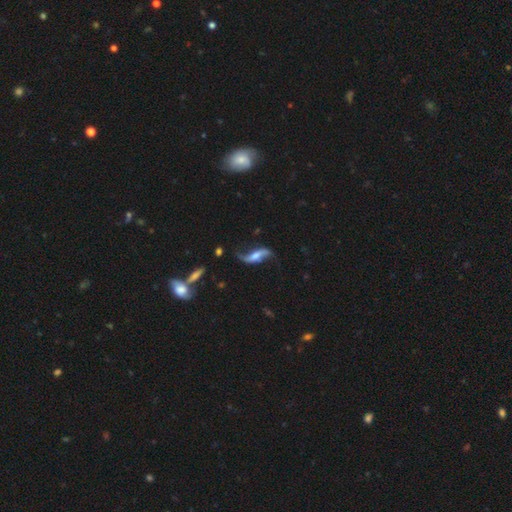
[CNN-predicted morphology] A featured or disk galaxy (80%) with a weak bar (38%), 2 (91%) loose (89%) spiral arms (94%) and a moderate central bulge (45%).

Vote fractions:
- Smooth or featured? featured or disk: 80% / smooth: 13% / star or artifact: 7%
- Edge-on disk? no: 88% / yes: 12%
- Bar? weak: 38% / no: 35% / strong: 26%
- Spiral arms? yes: 94% / no: 6%
- Spiral winding? loose: 89% / medium: 9% / tight: 3%
- Spiral arm count? 2: 91% / 1: 4% / can't tell: 2% / 3: 1% / 4: 1% / more than 4: 1%
- Bulge size? moderate: 45% / small: 27% / none: 13% / large: 12% / dominant: 2%
- Merging? none: 65% / minor disturbance: 20% / major disturbance: 11% / merger: 4%